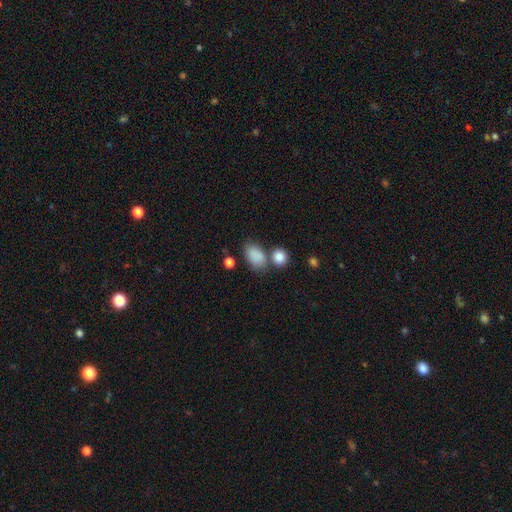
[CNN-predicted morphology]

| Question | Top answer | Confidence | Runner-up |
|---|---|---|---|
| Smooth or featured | smooth | 86% | star or artifact (8%) |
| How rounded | in between | 86% | round (12%) |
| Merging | none | 59% | merger (18%) |